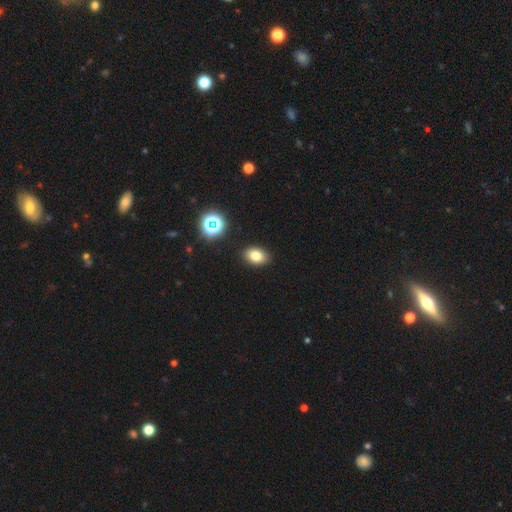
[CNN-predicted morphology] Smooth or featured? smooth (79%)
How rounded? in between (81%)
Merging? none (89%)